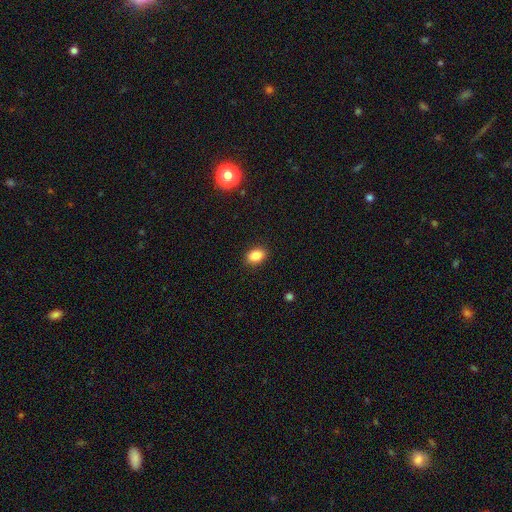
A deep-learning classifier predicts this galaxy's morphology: Smooth or featured: smooth — 86% (star or artifact — 9%)
How rounded: in between — 80% (round — 18%)
Merging: none — 89% (minor disturbance — 8%)